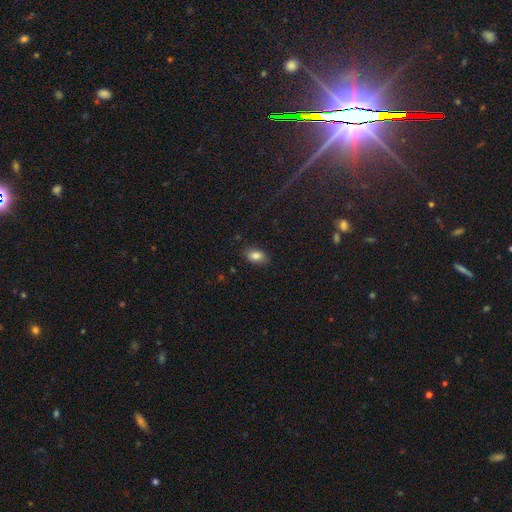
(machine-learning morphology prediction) This appears to be a smooth galaxy with no disk features (85%) that is in between round and cigar-shaped (89%). Merging: none (83%).